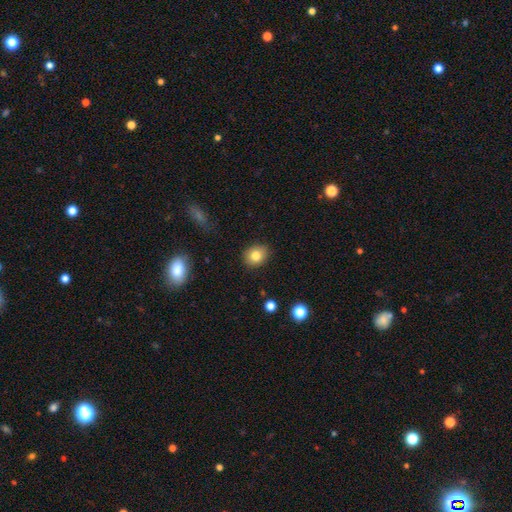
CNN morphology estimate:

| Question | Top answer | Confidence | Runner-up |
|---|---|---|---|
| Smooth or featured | smooth | 81% | star or artifact (10%) |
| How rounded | round | 58% | in between (41%) |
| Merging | none | 87% | minor disturbance (10%) |